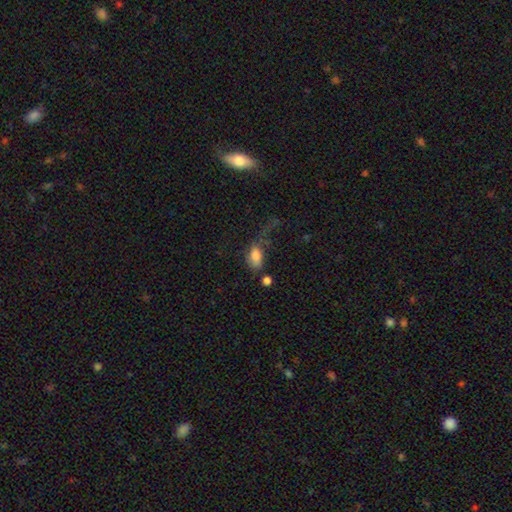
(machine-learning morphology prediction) Q: Smooth or featured?
A: smooth (77%); runner-up: featured or disk (14%)
Q: How rounded?
A: in between (88%); runner-up: round (8%)
Q: Merging?
A: major disturbance (41%); runner-up: none (28%)